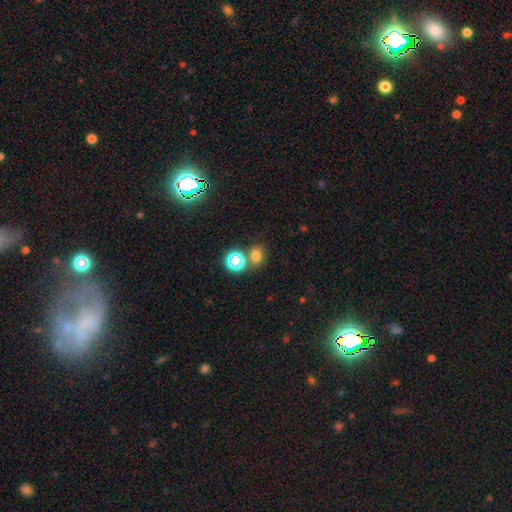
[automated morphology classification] Smooth or featured? smooth (66%)
How rounded? round (57%)
Merging? none (64%)